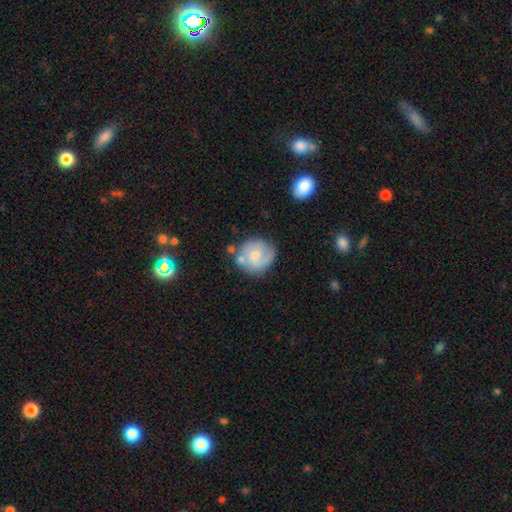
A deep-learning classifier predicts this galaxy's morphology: Overall: featured or disk (52%; smooth 41%). Edge-on disk: no (97%). Bar: no (66%; weak 29%). Spiral arms: yes (75%). Bulge size: moderate (47%; small 44%). Merging: none (64%).